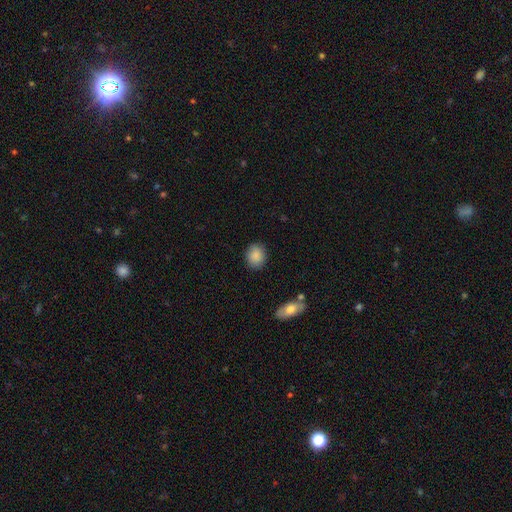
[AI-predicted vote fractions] Smooth or featured? Predicted: smooth (p=0.87). How rounded? Predicted: round (p=0.60). Merging? Predicted: none (p=0.84).